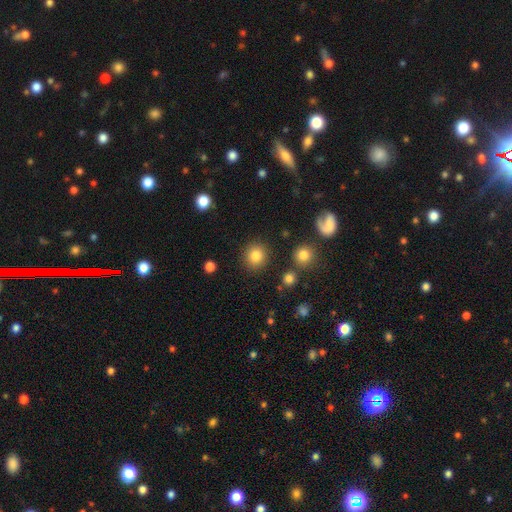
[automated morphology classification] smooth-or-featured: smooth: 83% | star or artifact: 10% | featured or disk: 7%
  how-rounded: round: 89% | in between: 10% | cigar-shaped: 1%
  merging: none: 88% | minor disturbance: 6% | major disturbance: 3% | merger: 3%